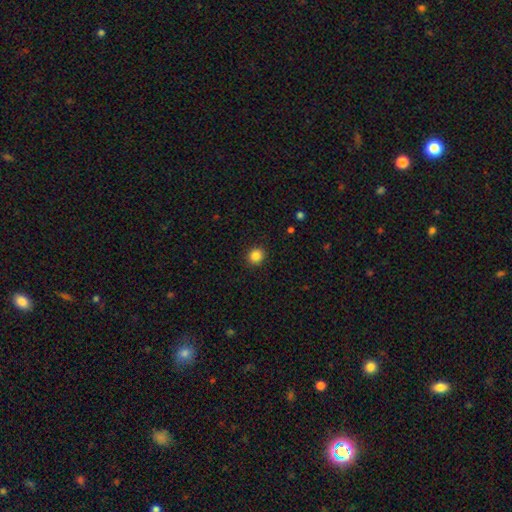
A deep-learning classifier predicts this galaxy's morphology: A smooth galaxy with no disk features (86%) that is round (88%).

Vote fractions:
- Smooth or featured? smooth: 86% / star or artifact: 11% / featured or disk: 4%
- How rounded? round: 88% / in between: 11% / cigar-shaped: 1%
- Merging? none: 92% / minor disturbance: 6% / major disturbance: 2% / merger: 1%